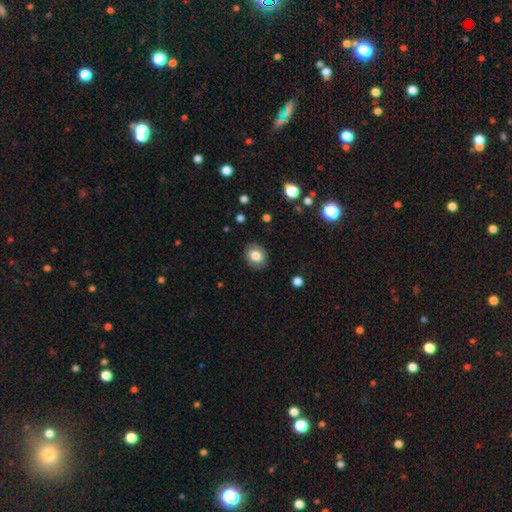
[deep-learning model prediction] Smooth or featured? Predicted: smooth (p=0.78). How rounded? Predicted: in between (p=0.52). Merging? Predicted: none (p=0.87).